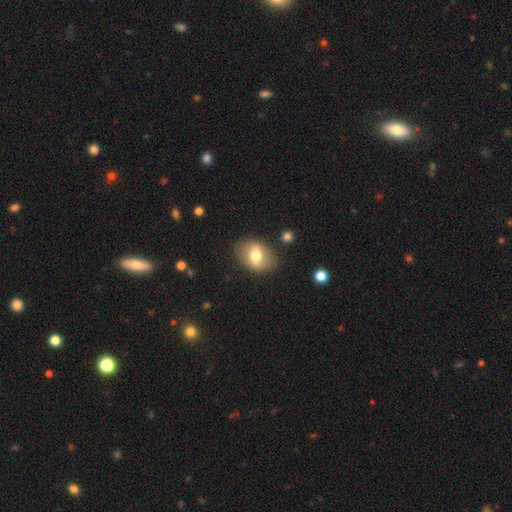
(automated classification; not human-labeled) Q: Smooth or featured?
A: smooth (64%); runner-up: featured or disk (29%)
Q: How rounded?
A: in between (76%); runner-up: round (22%)
Q: Merging?
A: none (82%); runner-up: minor disturbance (12%)